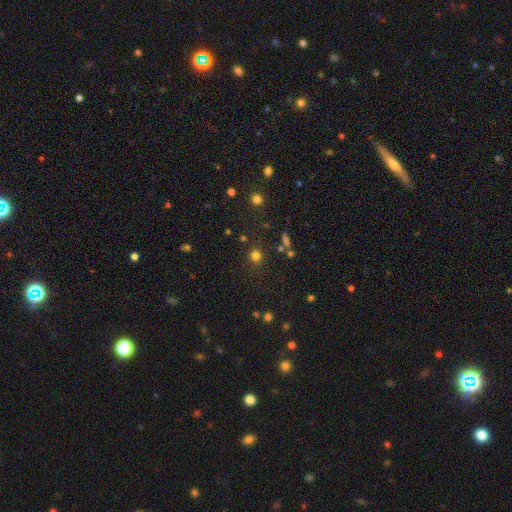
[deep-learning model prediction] smooth 75%, star or artifact 19%, featured or disk 6%. Down the decision tree: how rounded — round (91%); merging — none (85%).